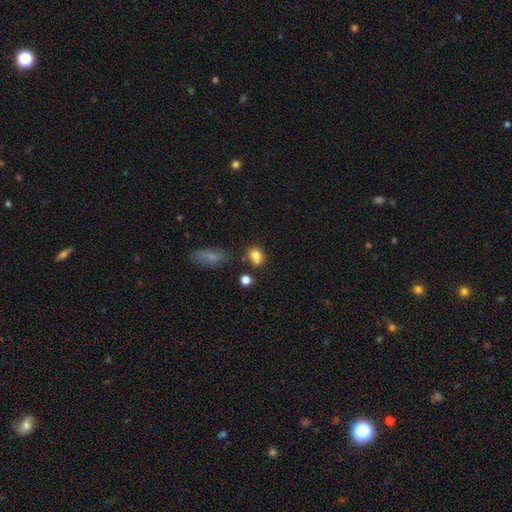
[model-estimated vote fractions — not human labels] This appears to be a smooth galaxy with no disk features (79%) that is in between round and cigar-shaped (54%). Merging: none (51%).